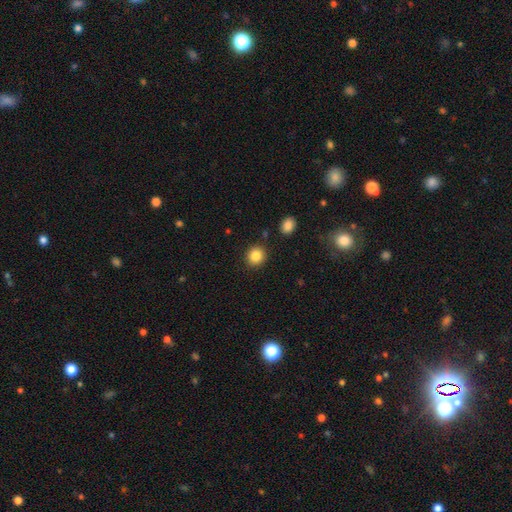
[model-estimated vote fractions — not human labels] Smooth or featured: smooth — 86% (star or artifact — 10%)
How rounded: round — 87% (in between — 12%)
Merging: none — 88% (minor disturbance — 7%)